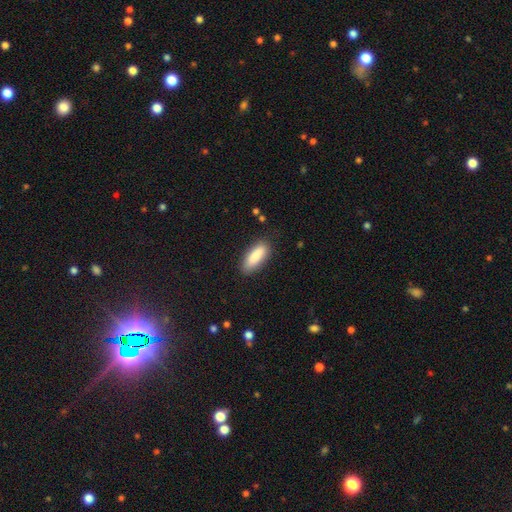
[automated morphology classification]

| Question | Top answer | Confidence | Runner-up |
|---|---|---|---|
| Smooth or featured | smooth | 87% | featured or disk (7%) |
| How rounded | in between | 64% | cigar-shaped (34%) |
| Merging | none | 83% | minor disturbance (12%) |